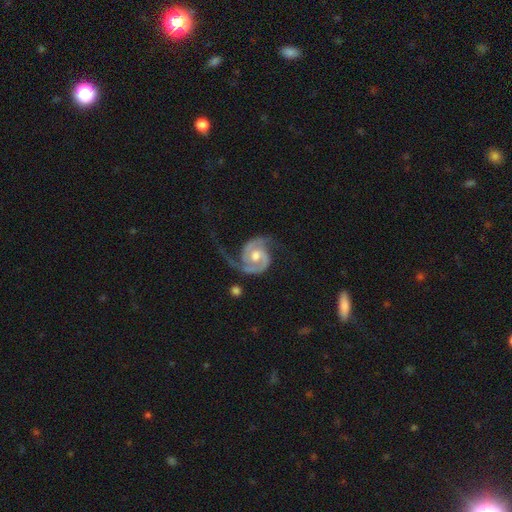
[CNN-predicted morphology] Smooth or featured: featured or disk — 92% (smooth — 5%)
Edge-on disk: no — 98% (yes — 2%)
Bar: no — 60% (weak — 33%)
Spiral arms: yes — 98% (no — 2%)
Spiral winding: medium — 49% (tight — 29%)
Spiral arm count: 2 — 89% (1 — 4%)
Bulge size: moderate — 74% (small — 13%)
Merging: none — 56% (major disturbance — 21%)